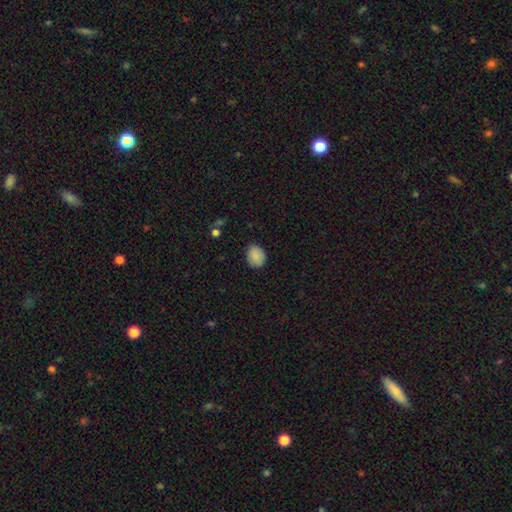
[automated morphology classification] Q: Smooth or featured?
A: smooth (87%); runner-up: star or artifact (8%)
Q: How rounded?
A: in between (53%); runner-up: round (46%)
Q: Merging?
A: none (83%); runner-up: minor disturbance (14%)